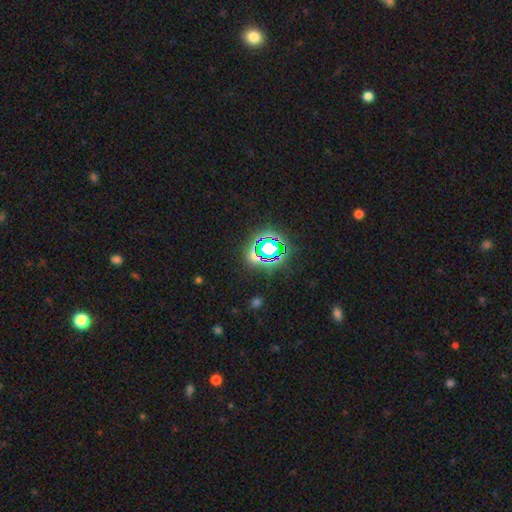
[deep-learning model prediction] Q: Smooth or featured?
A: star or artifact (70%); runner-up: smooth (19%)